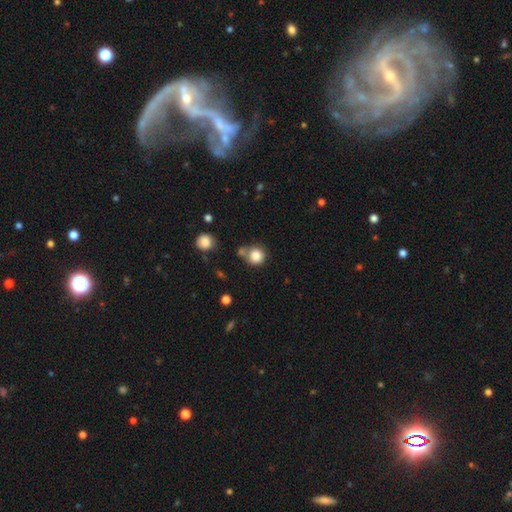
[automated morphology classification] This appears to be a smooth galaxy with no disk features (83%) that is round (90%). Merging: none (62%).